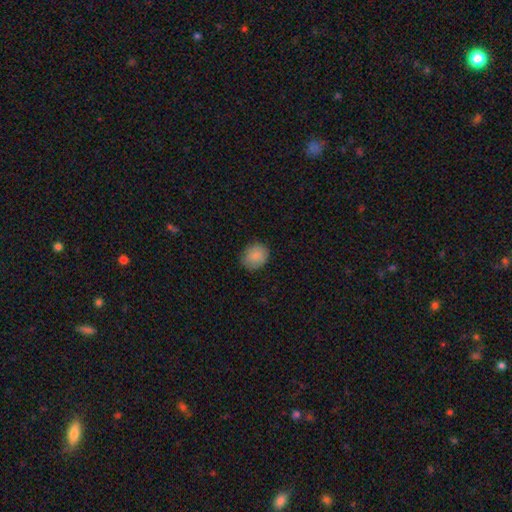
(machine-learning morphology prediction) smooth-or-featured: smooth: 85% | star or artifact: 8% | featured or disk: 7%
  how-rounded: round: 70% | in between: 29% | cigar-shaped: 1%
  merging: none: 84% | minor disturbance: 13% | major disturbance: 3% | merger: 1%